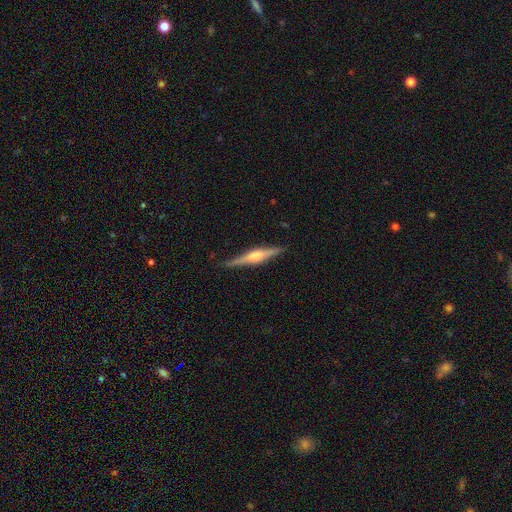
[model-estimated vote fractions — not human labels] Morphology: type=featured or disk (69%); edge-on=yes (98%); edge-on bulge=rounded (67%); merging=none (87%).